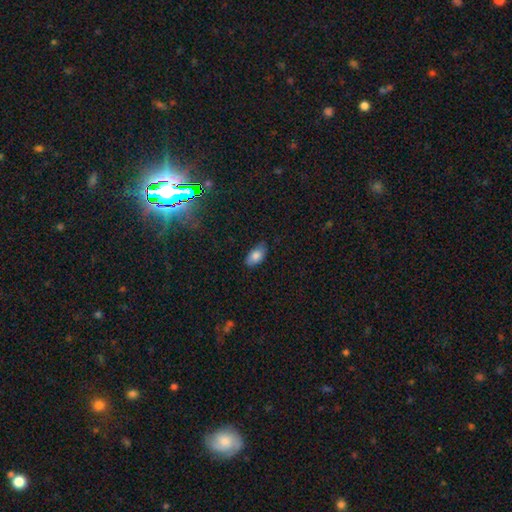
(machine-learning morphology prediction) Smooth or featured?
  - smooth: 82% *
  - featured or disk: 10%
  - star or artifact: 8%
How rounded?
  - in between: 93% *
  - round: 4%
  - cigar-shaped: 3%
Merging?
  - none: 73% *
  - minor disturbance: 23%
  - major disturbance: 4%
  - merger: 1%